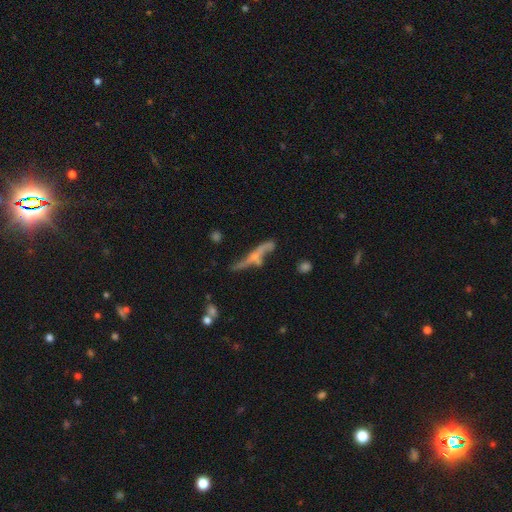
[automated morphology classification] This appears to be a featured or disk galaxy (64%) viewed edge-on (68%). Merging: none (47%).